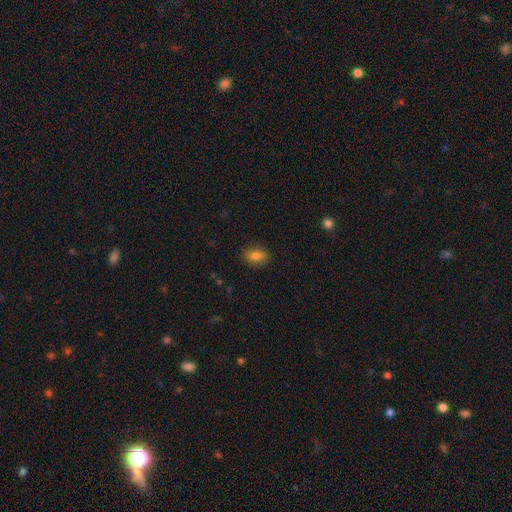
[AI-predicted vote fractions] This appears to be a smooth galaxy with no disk features (83%) that is in between round and cigar-shaped (80%). Merging: none (87%).